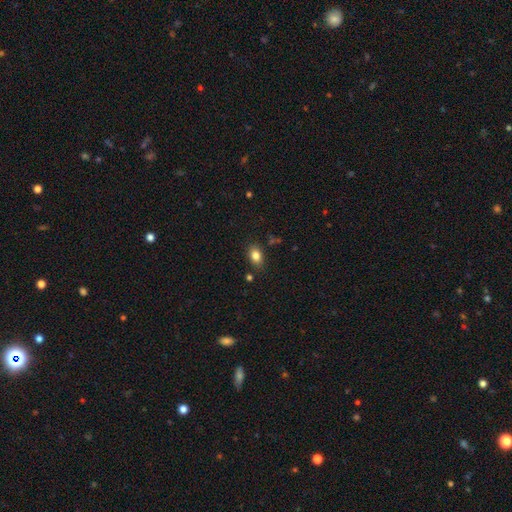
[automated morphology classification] smooth_or_featured: smooth (p=0.83) [alt: star or artifact p=0.09]
how_rounded: in between (p=0.81) [alt: round p=0.17]
merging: none (p=0.81) [alt: minor disturbance p=0.13]